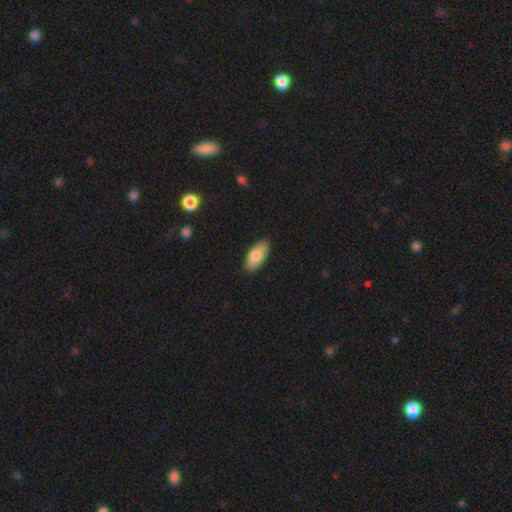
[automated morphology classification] A smooth galaxy with no disk features (82%) that is in between round and cigar-shaped (90%).

Vote fractions:
- Smooth or featured? smooth: 82% / featured or disk: 12% / star or artifact: 6%
- How rounded? in between: 90% / cigar-shaped: 8% / round: 2%
- Merging? none: 84% / minor disturbance: 13% / major disturbance: 2% / merger: 1%